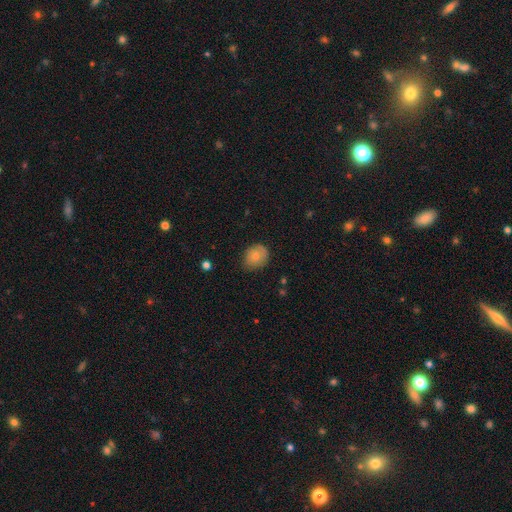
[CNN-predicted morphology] smooth_or_featured: smooth (p=0.77) [alt: featured or disk p=0.15]
how_rounded: round (p=0.59) [alt: in between p=0.40]
merging: none (p=0.71) [alt: minor disturbance p=0.24]